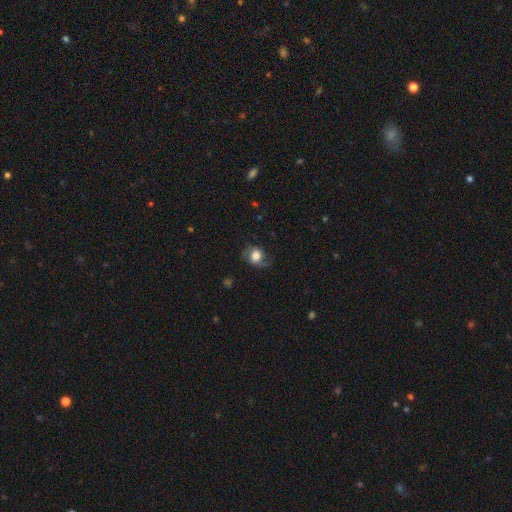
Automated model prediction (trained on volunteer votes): Smooth or featured: featured or disk — 47% (smooth — 44%)
Merging: none — 65% (minor disturbance — 20%)